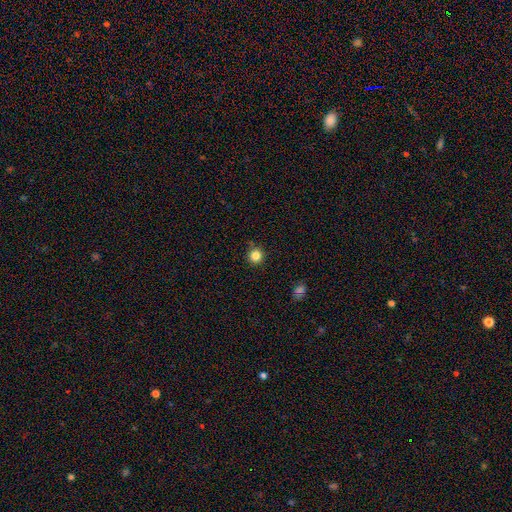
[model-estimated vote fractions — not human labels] smooth 83%, star or artifact 12%, featured or disk 5%. Down the decision tree: how rounded — round (95%); merging — none (88%).